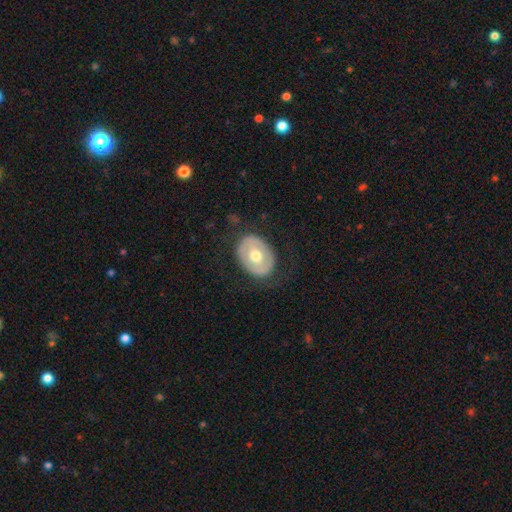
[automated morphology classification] This is possibly a featured or disk galaxy (49%). Merging: likely none (76%).